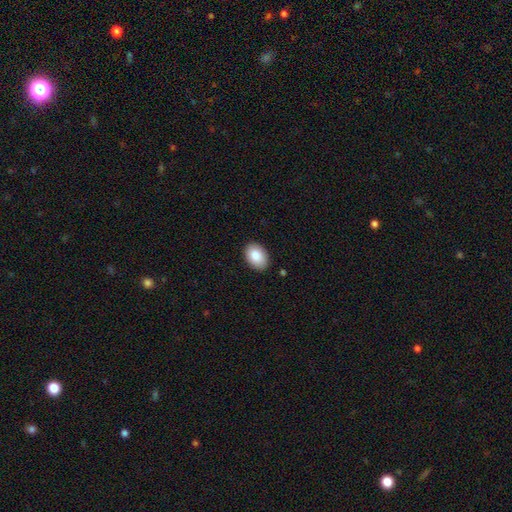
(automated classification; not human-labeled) Smooth or featured: smooth — 87% (featured or disk — 6%)
How rounded: in between — 86% (round — 13%)
Merging: none — 88% (minor disturbance — 9%)